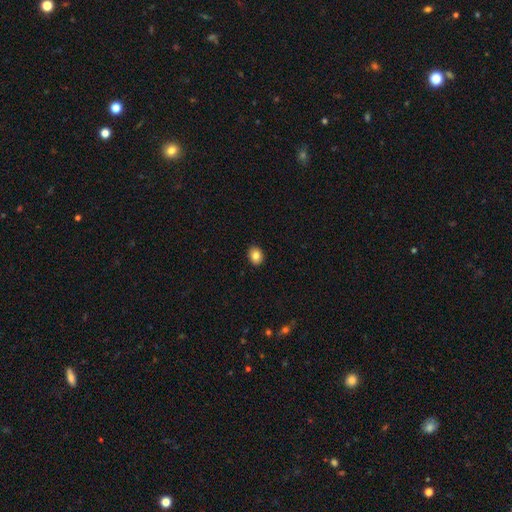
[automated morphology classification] A smooth galaxy with no disk features (83%) that is in between round and cigar-shaped (53%). Merging: none (91%).